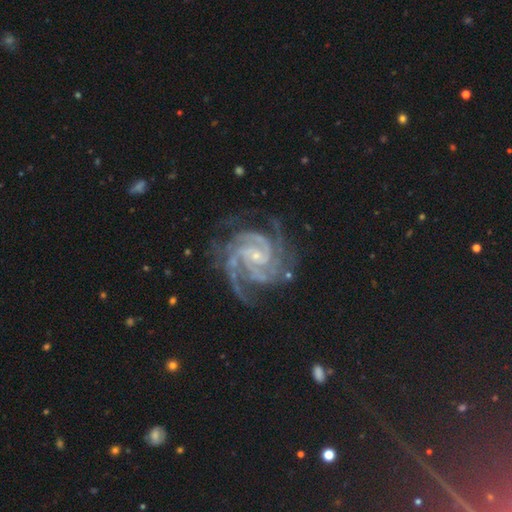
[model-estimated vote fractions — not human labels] Q: Smooth or featured?
A: featured or disk (93%); runner-up: star or artifact (5%)
Q: Edge-on disk?
A: no (98%); runner-up: yes (2%)
Q: Bar?
A: no (48%); runner-up: weak (35%)
Q: Spiral arms?
A: yes (99%); runner-up: no (1%)
Q: Spiral winding?
A: tight (65%); runner-up: medium (32%)
Q: Spiral arm count?
A: 3 (35%); runner-up: 4 (22%)
Q: Bulge size?
A: small (82%); runner-up: moderate (14%)
Q: Merging?
A: none (72%); runner-up: minor disturbance (18%)